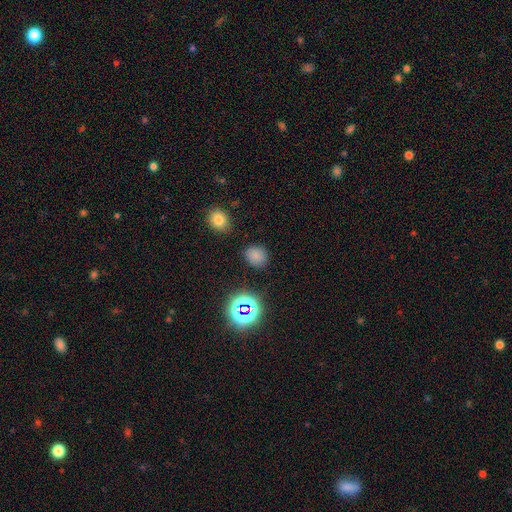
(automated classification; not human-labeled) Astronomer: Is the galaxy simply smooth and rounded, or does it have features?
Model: smooth — 74%.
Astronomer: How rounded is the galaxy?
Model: round — 68%.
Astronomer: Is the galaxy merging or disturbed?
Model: none — 84%.